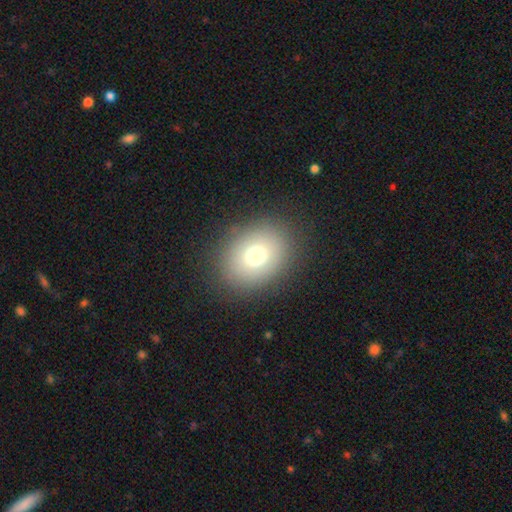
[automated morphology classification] Smooth or featured? Predicted: smooth (p=0.74). How rounded? Predicted: in between (p=0.53). Merging? Predicted: none (p=0.87).